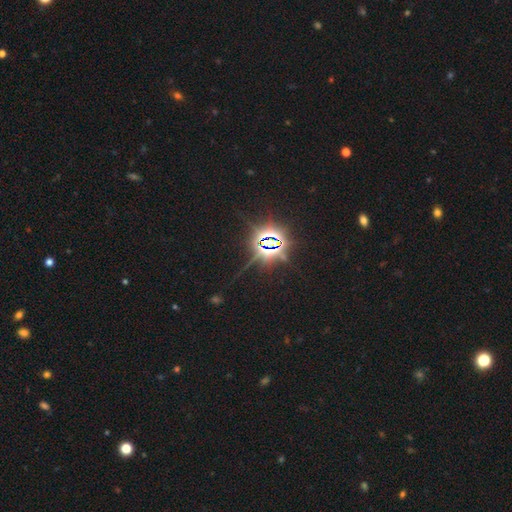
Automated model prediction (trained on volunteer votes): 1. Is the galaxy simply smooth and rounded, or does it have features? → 85% star or artifact, 9% smooth, 6% featured or disk.